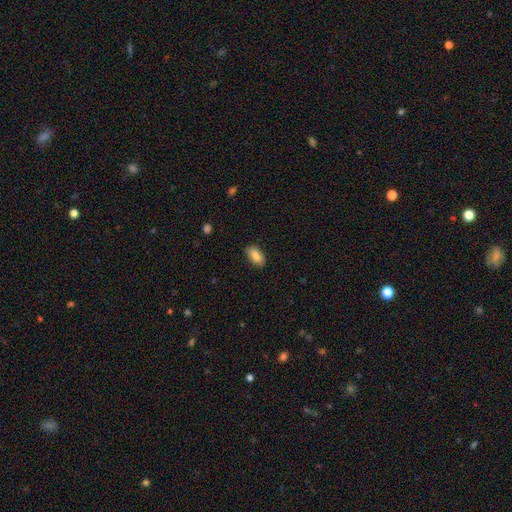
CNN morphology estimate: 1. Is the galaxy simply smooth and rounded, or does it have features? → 85% smooth, 8% featured or disk, 7% star or artifact.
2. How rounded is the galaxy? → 93% in between, 5% round, 3% cigar-shaped.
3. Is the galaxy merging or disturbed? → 88% none, 9% minor disturbance, 2% major disturbance, 1% merger.